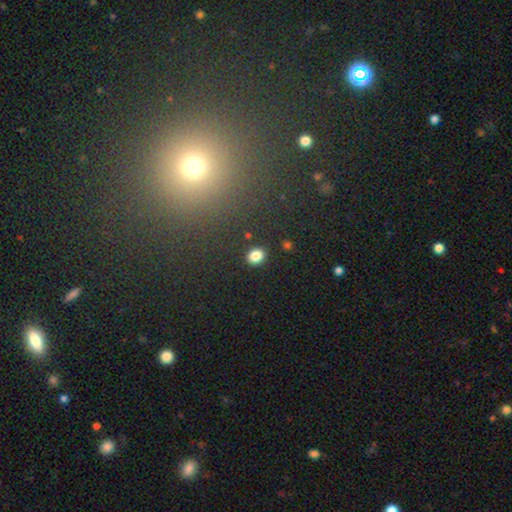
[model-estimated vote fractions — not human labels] Smooth or featured: smooth — 84% (star or artifact — 11%)
How rounded: round — 52% (in between — 47%)
Merging: none — 87% (minor disturbance — 8%)